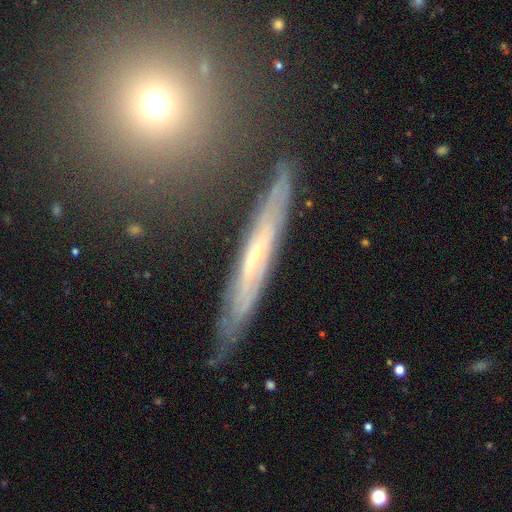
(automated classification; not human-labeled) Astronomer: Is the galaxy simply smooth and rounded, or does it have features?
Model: featured or disk — 71%.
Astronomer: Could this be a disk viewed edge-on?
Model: yes — 75%.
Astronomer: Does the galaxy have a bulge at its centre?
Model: none — 60%.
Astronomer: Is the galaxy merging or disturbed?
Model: none — 78%.